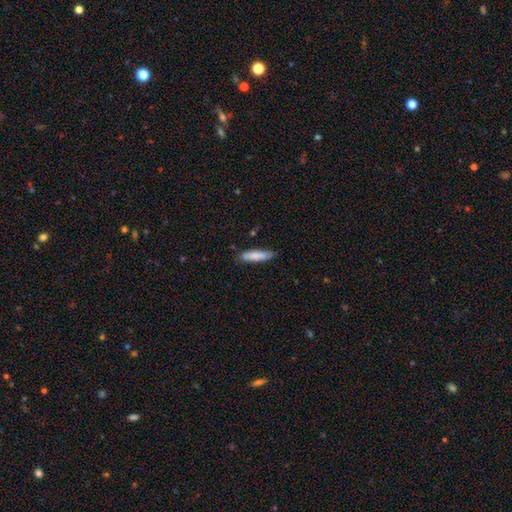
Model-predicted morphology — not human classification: smooth_or_featured: smooth (p=0.81) [alt: featured or disk p=0.13]
how_rounded: cigar-shaped (p=0.74) [alt: in between p=0.25]
merging: none (p=0.78) [alt: minor disturbance p=0.18]